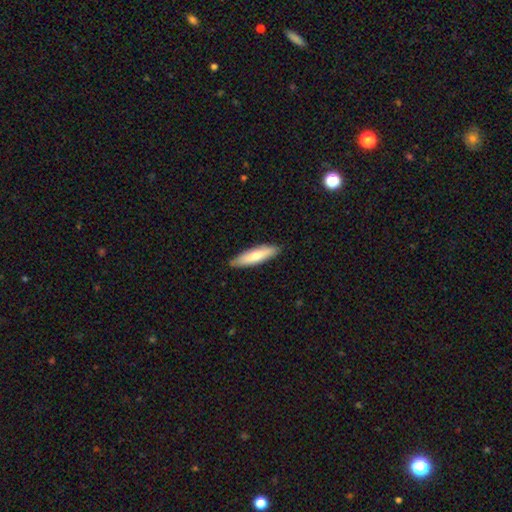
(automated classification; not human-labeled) smooth-or-featured: smooth: 70% | featured or disk: 25% | star or artifact: 5%
  how-rounded: cigar-shaped: 71% | in between: 27% | round: 2%
  merging: none: 86% | minor disturbance: 11% | major disturbance: 2% | merger: 1%